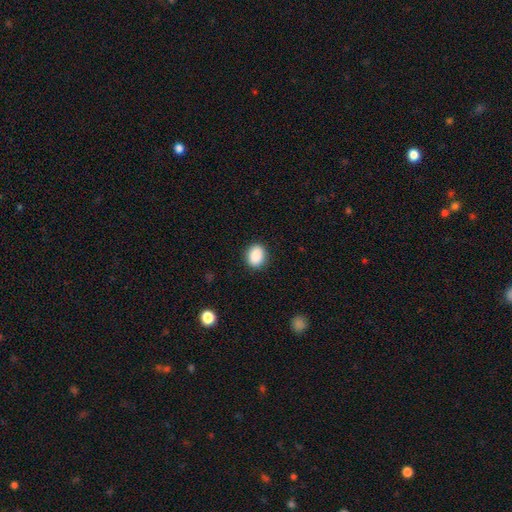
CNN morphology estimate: Smooth or featured?
  - smooth: 89% *
  - star or artifact: 8%
  - featured or disk: 3%
How rounded?
  - in between: 58% *
  - round: 41%
  - cigar-shaped: 1%
Merging?
  - none: 89% *
  - minor disturbance: 8%
  - major disturbance: 2%
  - merger: 1%